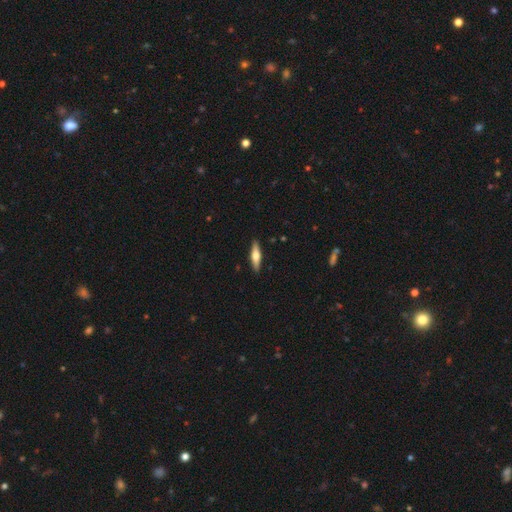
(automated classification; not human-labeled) Smooth or featured? Predicted: featured or disk (p=0.48). Merging? Predicted: none (p=0.91).